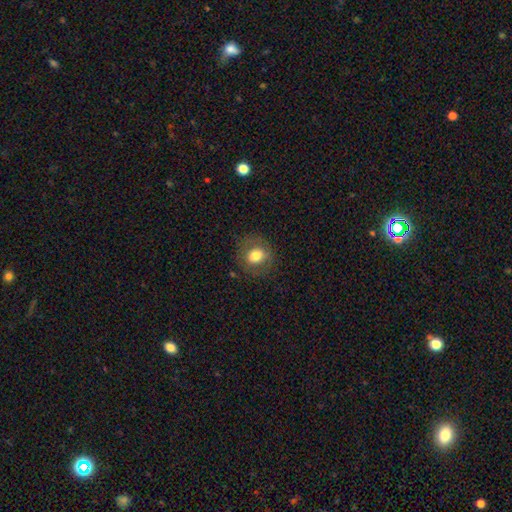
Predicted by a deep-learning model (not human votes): Morphology: type=smooth (71%); roundness=round (75%); merging=none (81%).